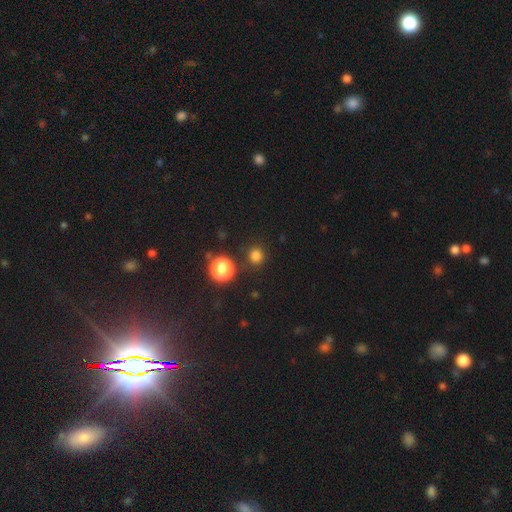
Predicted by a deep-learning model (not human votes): Q: Smooth or featured?
A: smooth (78%); runner-up: star or artifact (18%)
Q: How rounded?
A: round (91%); runner-up: in between (8%)
Q: Merging?
A: none (87%); runner-up: minor disturbance (7%)